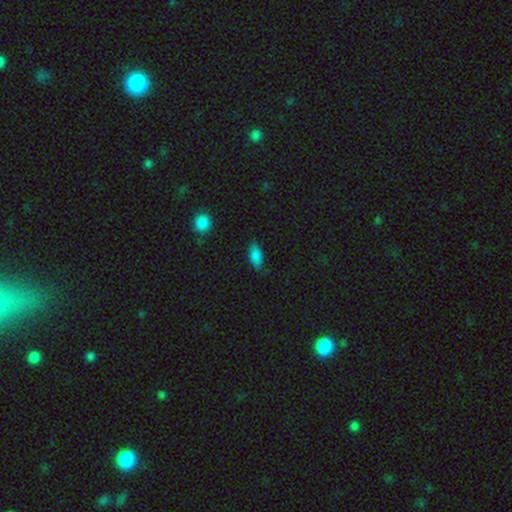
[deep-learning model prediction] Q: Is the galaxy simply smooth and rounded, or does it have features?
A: smooth — 82%.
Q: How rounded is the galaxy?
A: in between — 87%.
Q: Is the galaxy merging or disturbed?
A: none — 76%.